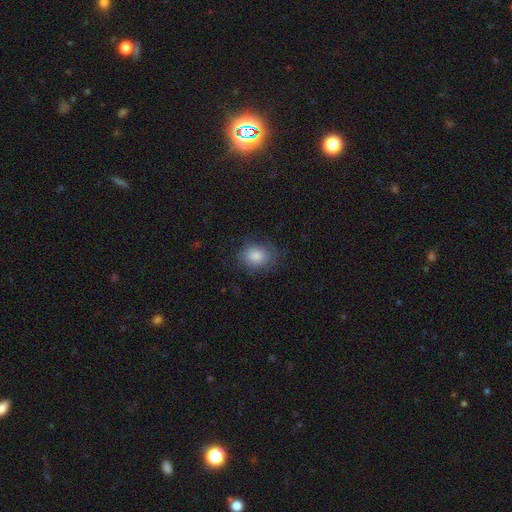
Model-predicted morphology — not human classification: The model was most divided on "how rounded": in between: 52%, round: 47%, cigar-shaped: 1%. More confident: smooth or featured — smooth (76%); merging — none (74%).